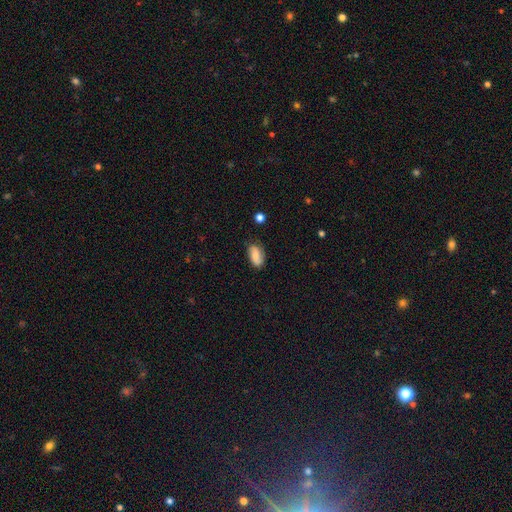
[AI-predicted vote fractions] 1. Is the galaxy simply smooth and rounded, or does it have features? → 64% smooth, 28% featured or disk, 8% star or artifact.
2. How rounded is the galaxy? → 91% in between, 5% round, 3% cigar-shaped.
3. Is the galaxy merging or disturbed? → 73% none, 21% minor disturbance, 4% major disturbance, 2% merger.